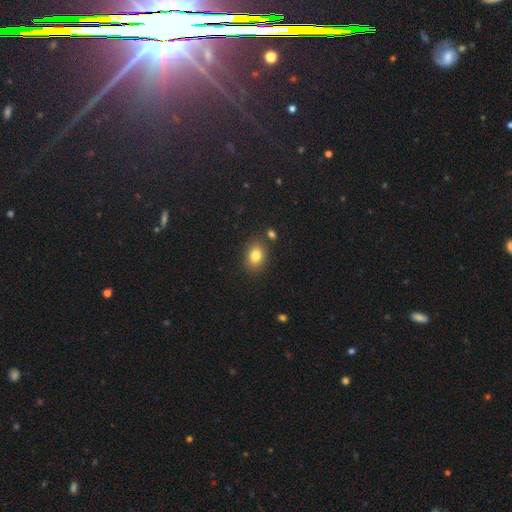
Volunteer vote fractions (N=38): A smooth galaxy with no disk features (87%) that is in between round and cigar-shaped (64%).

Vote fractions:
- Smooth or featured? smooth: 87% / featured or disk: 8% / star or artifact: 5%
- How rounded? in between: 64% / round: 36% / cigar-shaped: 0%
- Merging? none: 81% / merger: 14% / minor disturbance: 6% / major disturbance: 0%